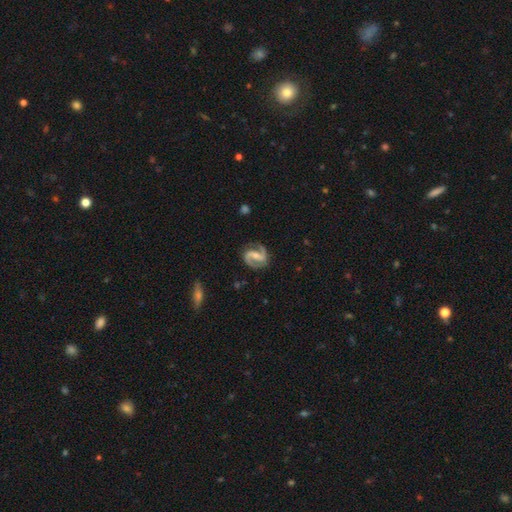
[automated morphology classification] featured or disk 91%, smooth 5%, star or artifact 4%. Down the decision tree: edge-on disk — no (98%); bar — weak (40%, tied with strong); spiral arms — yes (98%); spiral arm count — 2 (93%); spiral winding — medium (57%); bulge size — small (47%); merging — none (83%).